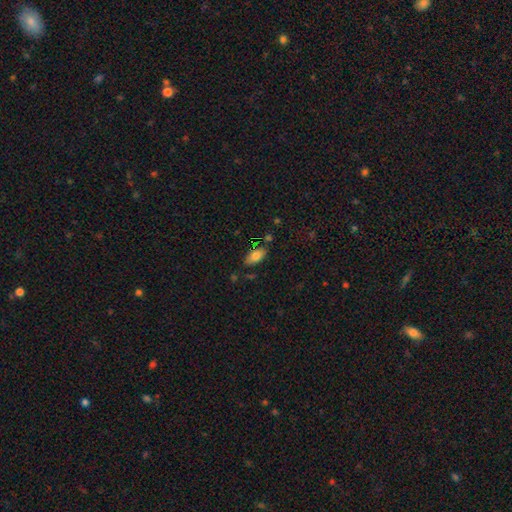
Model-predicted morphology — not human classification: smooth_or_featured: smooth (p=0.79) [alt: featured or disk p=0.13]
how_rounded: in between (p=0.90) [alt: cigar-shaped p=0.07]
merging: none (p=0.76) [alt: minor disturbance p=0.16]